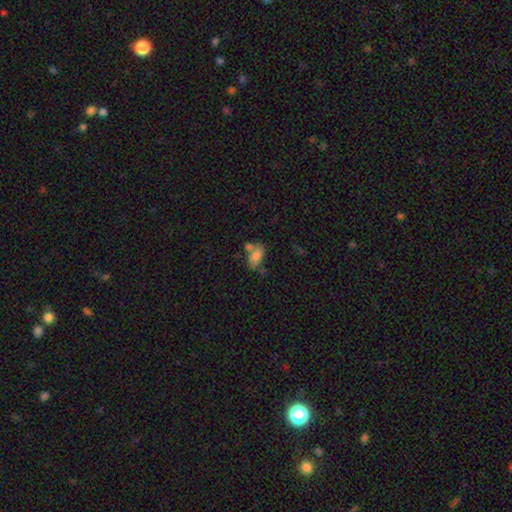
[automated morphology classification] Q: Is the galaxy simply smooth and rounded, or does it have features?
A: smooth — 69%.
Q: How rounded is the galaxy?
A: in between — 88%.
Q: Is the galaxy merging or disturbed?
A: none — 35%.